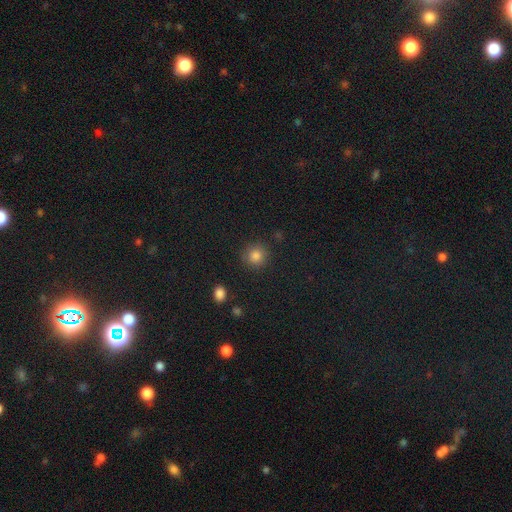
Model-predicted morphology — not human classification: This is clearly a smooth galaxy (83%). How rounded: clearly round (92%). Merging: clearly none (89%).